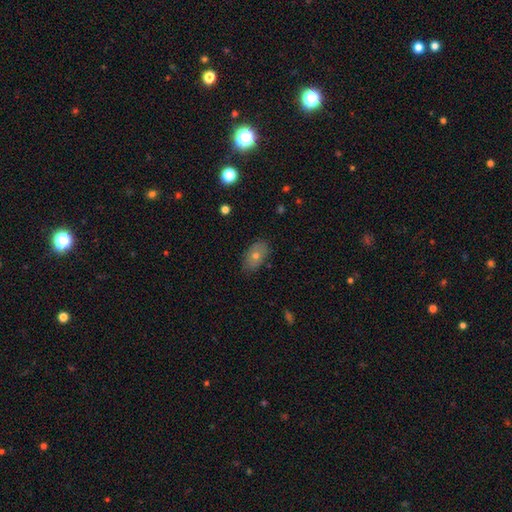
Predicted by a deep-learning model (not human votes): Overall: smooth (61%; featured or disk 27%). How rounded: in between (88%). Merging: none (83%).